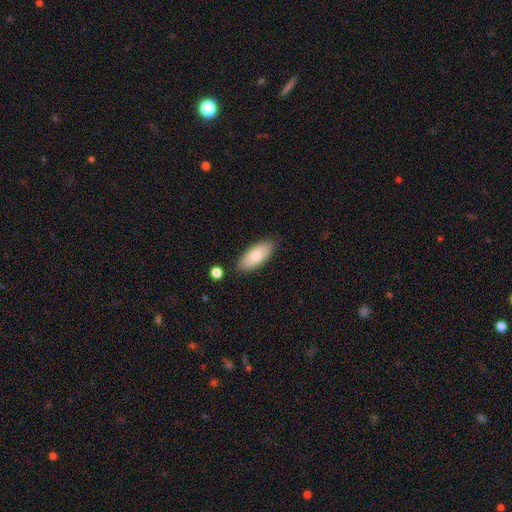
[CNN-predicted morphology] A smooth galaxy with no disk features (78%) that is in between round and cigar-shaped (86%). Merging: none (84%).